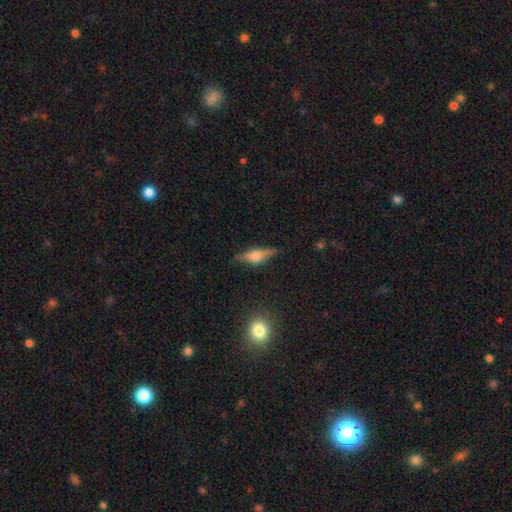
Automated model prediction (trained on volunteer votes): Smooth or featured? featured or disk (63%)
Edge-on disk? yes (94%)
Edge-on bulge? rounded (85%)
Merging? none (81%)